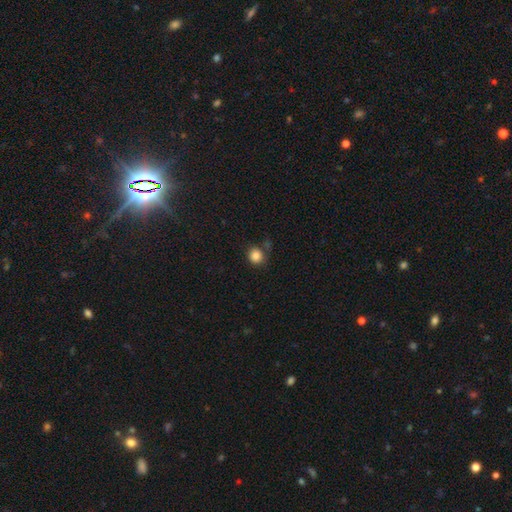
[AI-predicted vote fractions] Morphology: type=smooth (84%); roundness=round (90%); merging=none (75%).